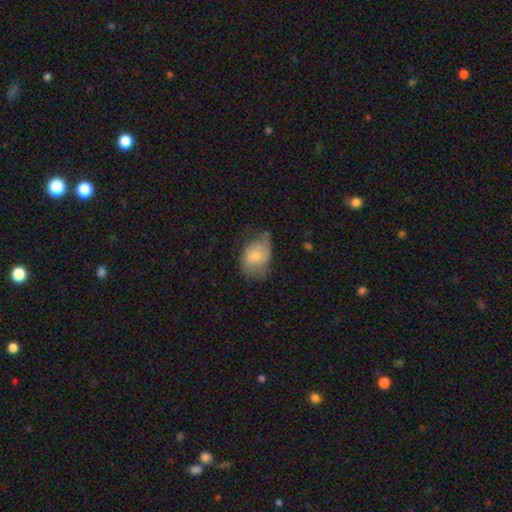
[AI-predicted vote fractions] smooth 65%, featured or disk 28%, star or artifact 7%. Down the decision tree: how rounded — in between (78%); merging — none (43%).